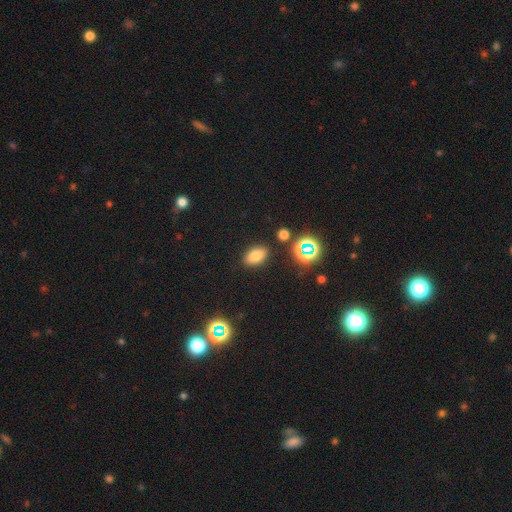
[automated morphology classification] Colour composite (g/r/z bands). It shows a smooth galaxy with no disk features (74%) that is in between round and cigar-shaped (86%). Merging: none (85%).